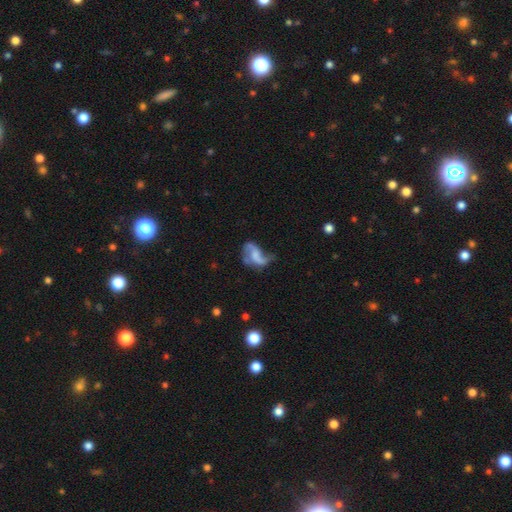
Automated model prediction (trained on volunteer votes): Smooth or featured: featured or disk — 67% (smooth — 23%)
Edge-on disk: no — 97% (yes — 3%)
Bar: no — 53% (weak — 33%)
Spiral arms: yes — 80% (no — 20%)
Spiral winding: loose — 72% (medium — 22%)
Spiral arm count: 2 — 78% (1 — 8%)
Bulge size: none — 49% (small — 23%)
Merging: none — 37% (major disturbance — 33%)